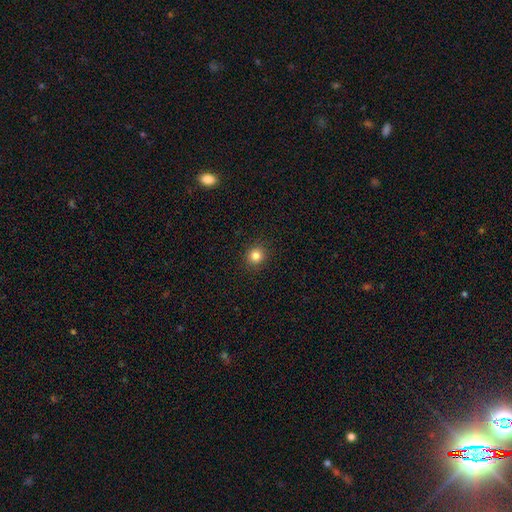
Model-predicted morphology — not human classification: A smooth galaxy with no disk features (83%) that is round (89%).

Vote fractions:
- Smooth or featured? smooth: 83% / star or artifact: 12% / featured or disk: 5%
- How rounded? round: 89% / in between: 10% / cigar-shaped: 1%
- Merging? none: 91% / minor disturbance: 6% / major disturbance: 2% / merger: 1%